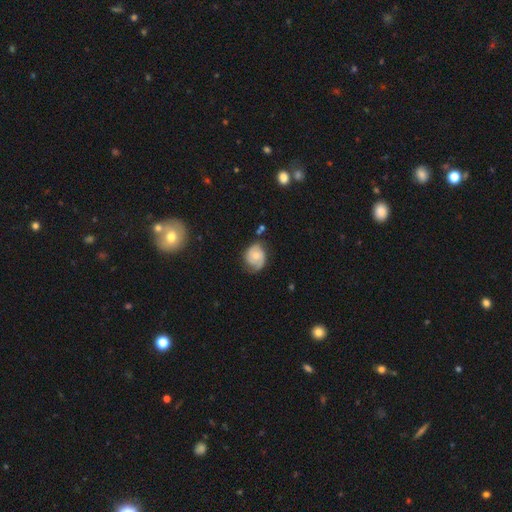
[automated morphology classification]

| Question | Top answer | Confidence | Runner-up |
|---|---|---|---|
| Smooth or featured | featured or disk | 63% | smooth (29%) |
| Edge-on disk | no | 97% | yes (3%) |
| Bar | no | 71% | weak (25%) |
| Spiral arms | yes | 88% | no (12%) |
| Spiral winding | tight | 43% | medium (39%) |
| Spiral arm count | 2 | 70% | can't tell (14%) |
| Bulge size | moderate | 54% | small (40%) |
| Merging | none | 60% | minor disturbance (28%) |